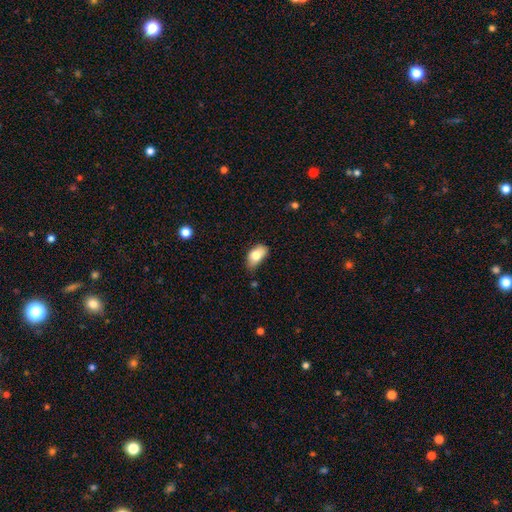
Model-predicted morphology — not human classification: A smooth galaxy with no disk features (76%) that is in between round and cigar-shaped (91%). Merging: none (45%).